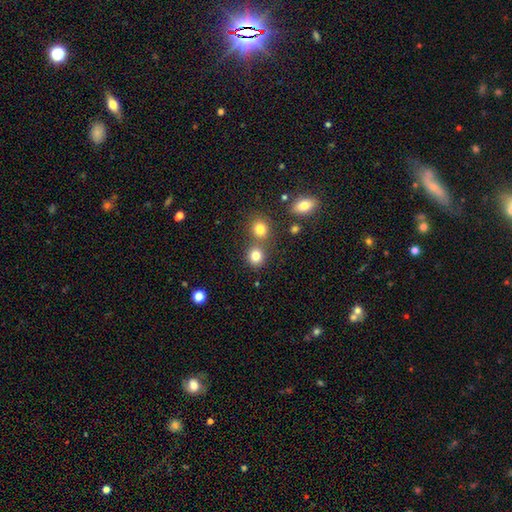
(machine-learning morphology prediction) smooth 81%, star or artifact 13%, featured or disk 6%. Down the decision tree: how rounded — round (87%); merging — none (70%).